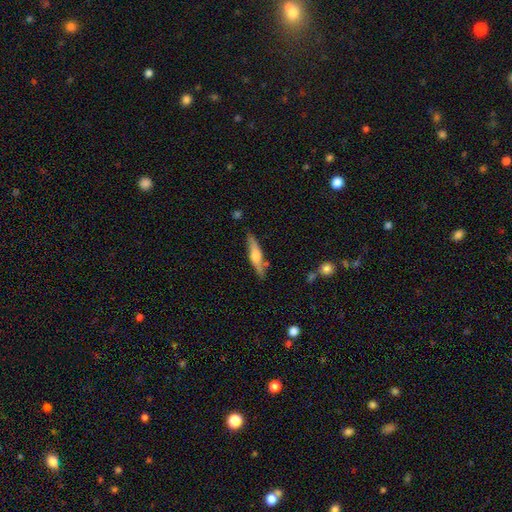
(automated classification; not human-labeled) This appears to be a smooth galaxy with no disk features (54%) that is cigar-shaped (78%). Merging: none (80%).